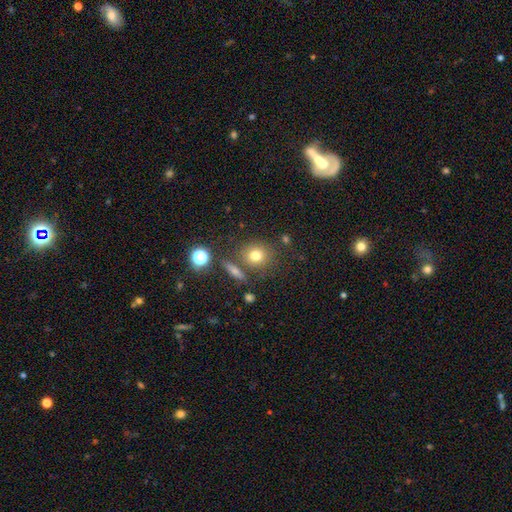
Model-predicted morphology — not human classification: type=smooth (74%); roundness=round (82%); merging=none (74%).